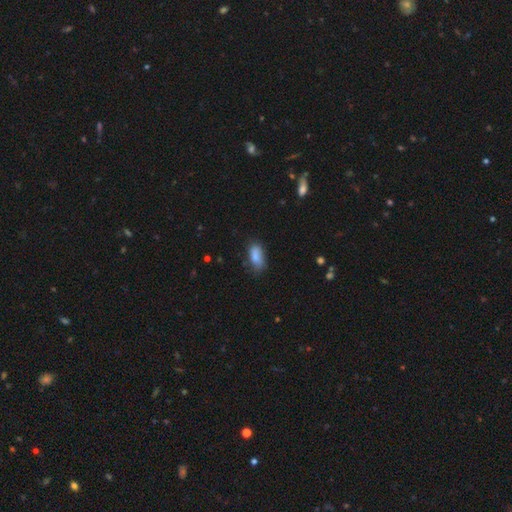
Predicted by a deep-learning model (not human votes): Morphology: type=smooth (82%); roundness=in between (87%); merging=none (60%).